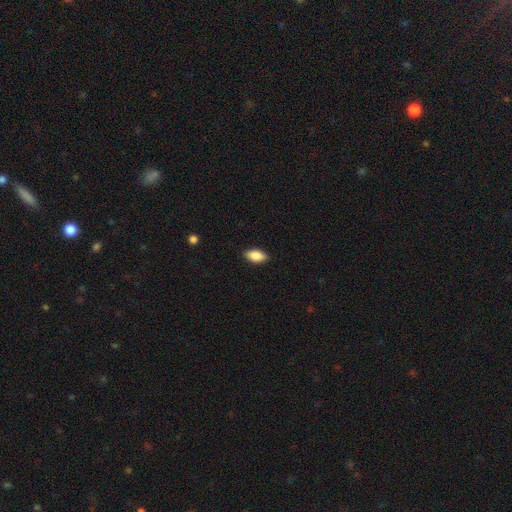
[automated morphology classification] type=smooth (87%); roundness=in between (91%); merging=none (89%).